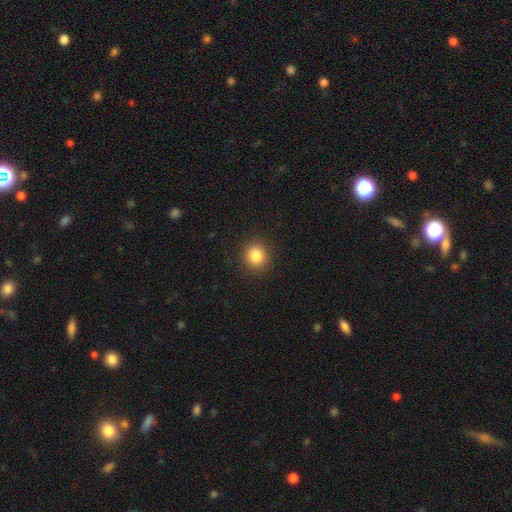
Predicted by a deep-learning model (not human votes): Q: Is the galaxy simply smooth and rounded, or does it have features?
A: smooth — 85%.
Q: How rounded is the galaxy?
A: round — 83%.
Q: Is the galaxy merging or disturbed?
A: none — 90%.